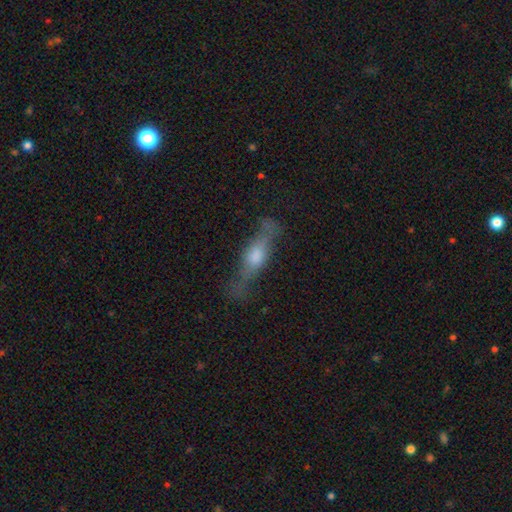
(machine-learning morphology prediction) Smooth or featured? featured or disk (51%)
Edge-on disk? yes (77%)
Merging? none (61%)